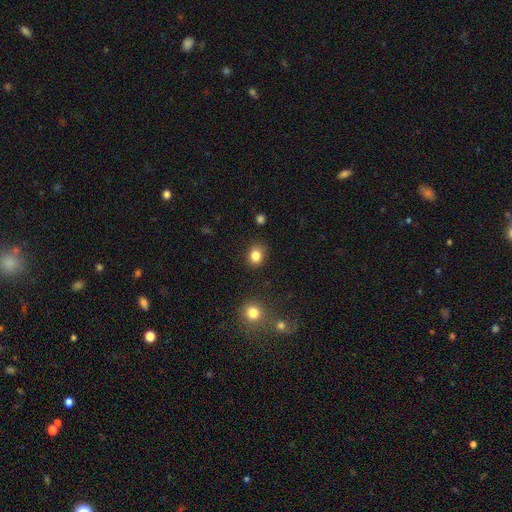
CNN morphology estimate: Smooth or featured? Predicted: smooth (p=0.84). How rounded? Predicted: round (p=0.57). Merging? Predicted: none (p=0.86).